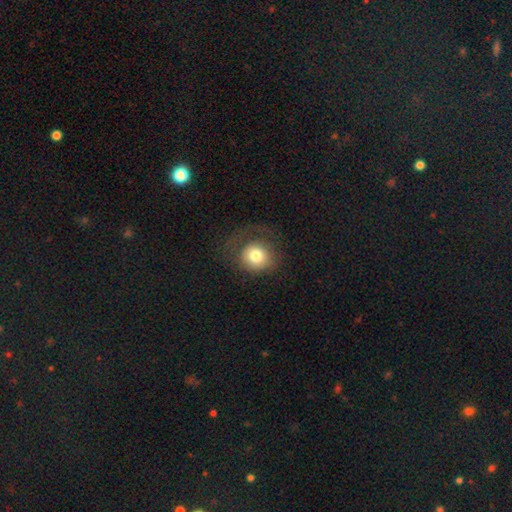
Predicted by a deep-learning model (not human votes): This is likely a smooth galaxy (74%). How rounded: clearly round (89%). Merging: possibly none (59%).